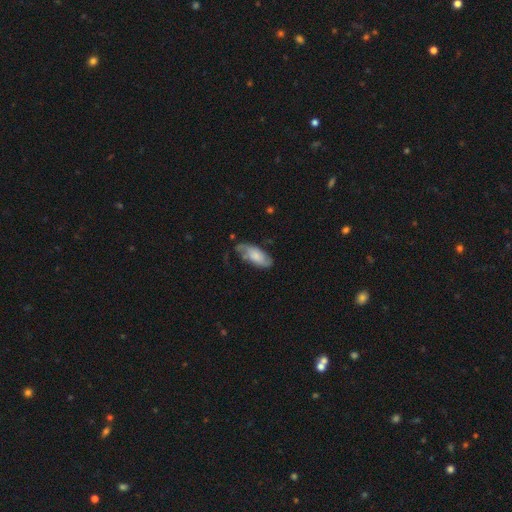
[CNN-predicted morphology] smooth-or-featured: smooth: 52% | featured or disk: 41% | star or artifact: 7%
  how-rounded: in between: 85% | cigar-shaped: 13% | round: 2%
  merging: none: 55% | minor disturbance: 30% | major disturbance: 12% | merger: 3%